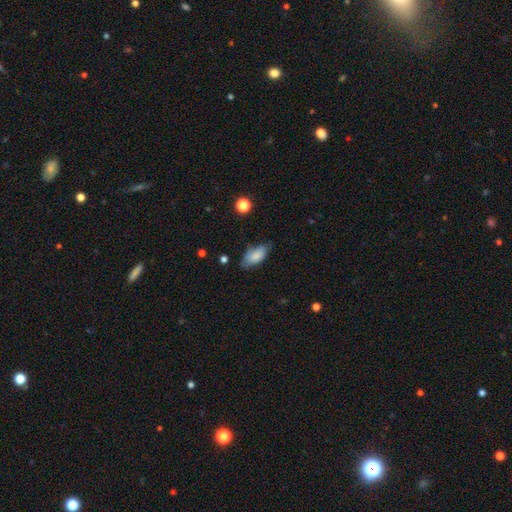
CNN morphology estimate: Smooth or featured? smooth (82%)
How rounded? in between (91%)
Merging? none (64%)